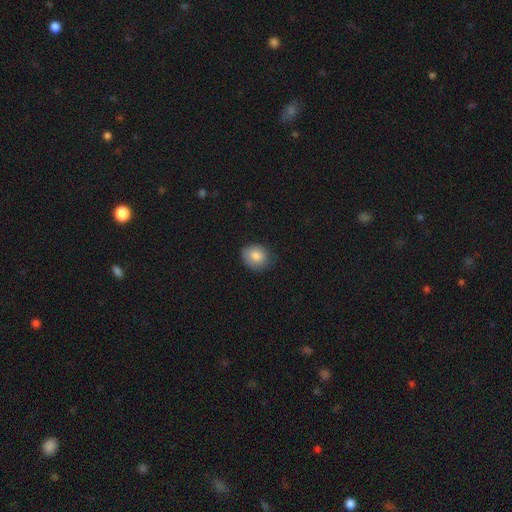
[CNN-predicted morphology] The model was most divided on "how rounded": round: 66%, in between: 34%, cigar-shaped: 1%. More confident: smooth or featured — smooth (82%); merging — none (77%).